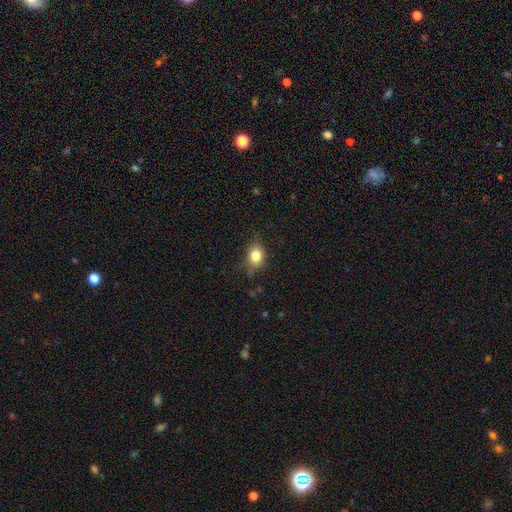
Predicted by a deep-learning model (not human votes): Q: Smooth or featured?
A: smooth (81%); runner-up: star or artifact (10%)
Q: How rounded?
A: in between (60%); runner-up: round (39%)
Q: Merging?
A: none (72%); runner-up: minor disturbance (21%)